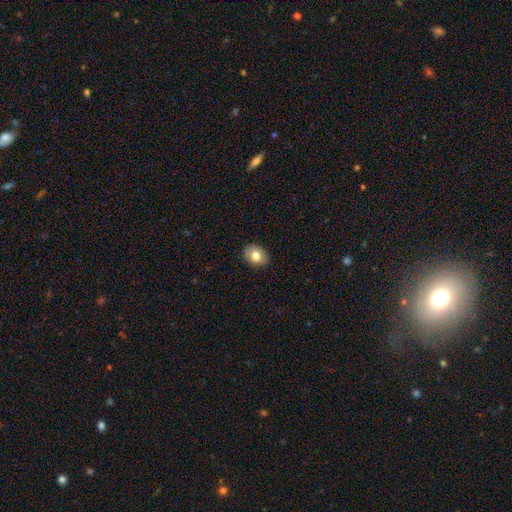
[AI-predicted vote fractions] This appears to be a smooth galaxy with no disk features (77%) that is in between round and cigar-shaped (66%). Merging: none (89%).